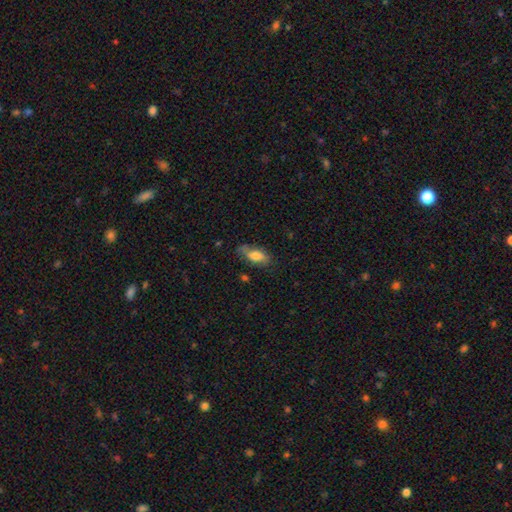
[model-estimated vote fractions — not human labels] This appears to be a smooth galaxy with no disk features (69%) that is in between round and cigar-shaped (82%). Merging: none (61%).